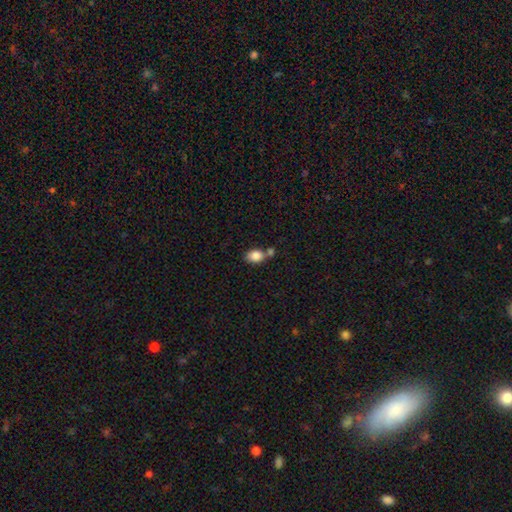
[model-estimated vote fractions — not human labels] Morphology: type=smooth (85%); roundness=in between (74%); merging=none (53%).